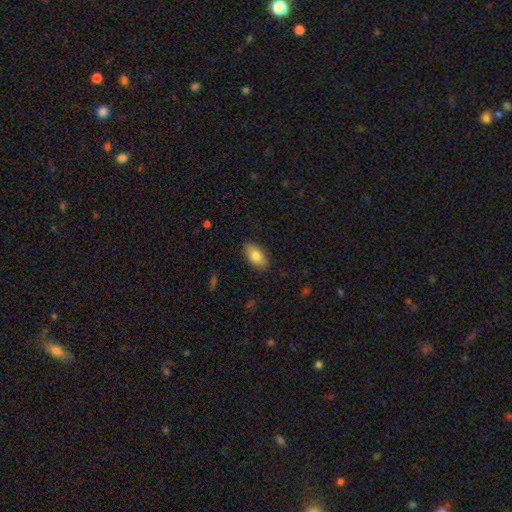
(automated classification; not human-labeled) Smooth or featured? smooth (81%)
How rounded? in between (92%)
Merging? none (87%)